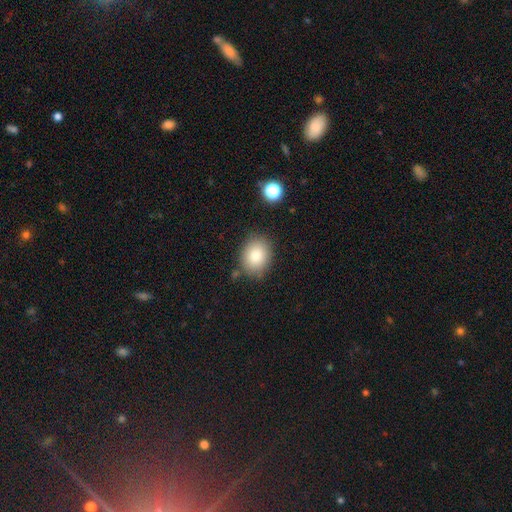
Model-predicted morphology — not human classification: The model was most divided on "how rounded": in between: 51%, round: 48%, cigar-shaped: 1%. More confident: smooth or featured — smooth (82%); merging — none (80%).